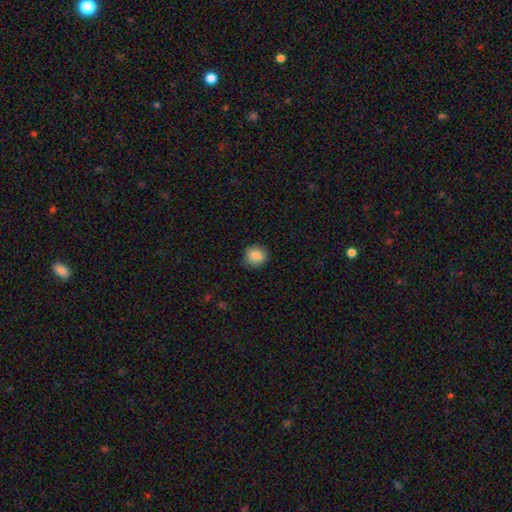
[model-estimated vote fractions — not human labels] Smooth or featured: smooth — 86% (star or artifact — 9%)
How rounded: round — 76% (in between — 23%)
Merging: none — 85% (minor disturbance — 11%)